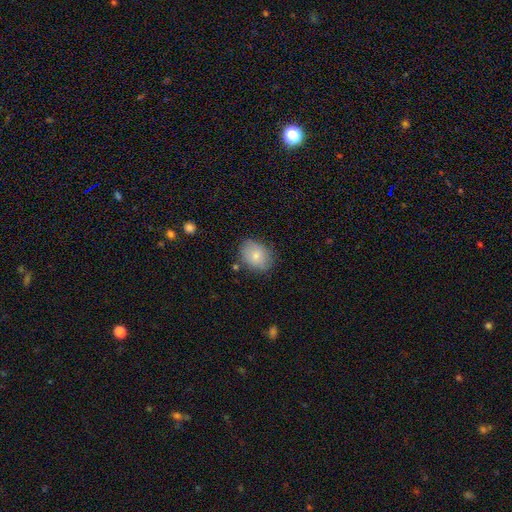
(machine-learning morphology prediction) Smooth or featured: smooth — 83% (featured or disk — 10%)
How rounded: in between — 58% (round — 41%)
Merging: none — 77% (minor disturbance — 16%)